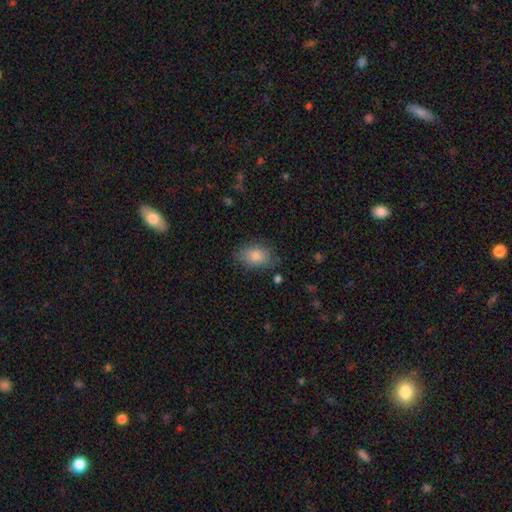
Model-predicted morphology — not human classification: Smooth or featured? smooth (82%)
How rounded? in between (82%)
Merging? none (80%)